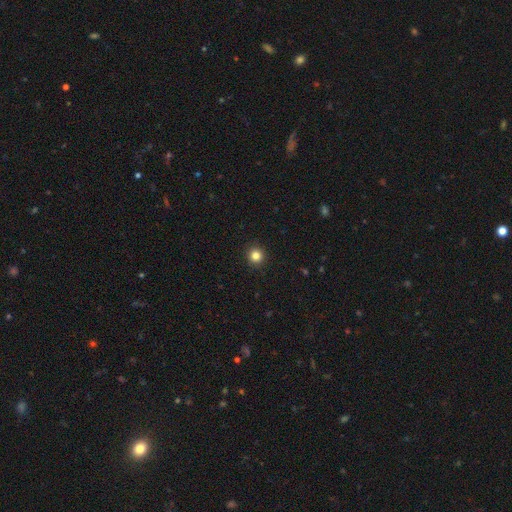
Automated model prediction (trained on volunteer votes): smooth-or-featured: smooth: 83% | star or artifact: 12% | featured or disk: 4%
  how-rounded: round: 95% | in between: 4% | cigar-shaped: 1%
  merging: none: 93% | minor disturbance: 4% | major disturbance: 2% | merger: 1%